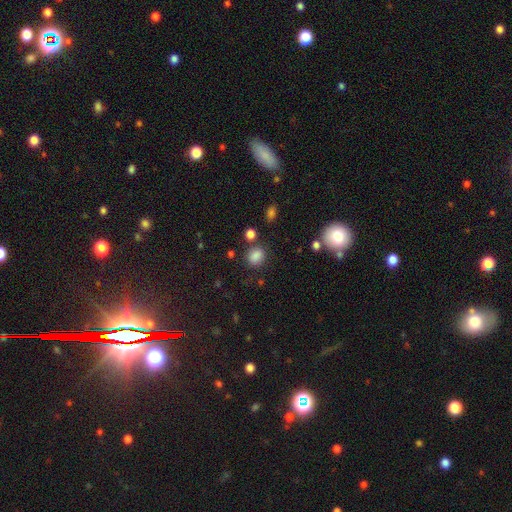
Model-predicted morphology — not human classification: smooth-or-featured: smooth: 82% | star or artifact: 13% | featured or disk: 5%
  how-rounded: round: 63% | in between: 36% | cigar-shaped: 1%
  merging: none: 78% | minor disturbance: 12% | merger: 5% | major disturbance: 5%